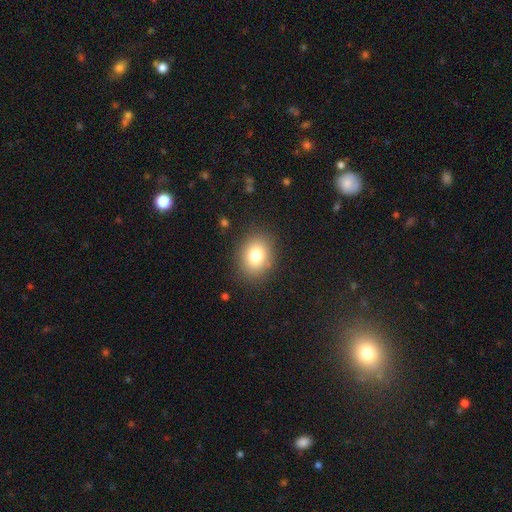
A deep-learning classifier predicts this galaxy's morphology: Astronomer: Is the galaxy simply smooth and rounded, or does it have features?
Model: smooth — 79%.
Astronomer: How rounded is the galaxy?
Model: in between — 52% (runner-up: round, 47%).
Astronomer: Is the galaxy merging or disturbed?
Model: none — 86%.